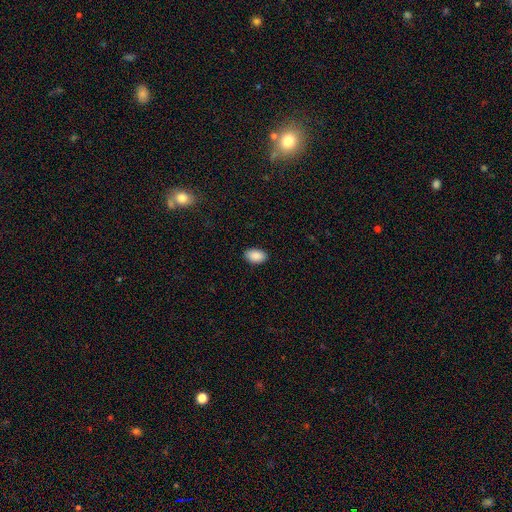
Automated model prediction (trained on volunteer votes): This is clearly a smooth galaxy (90%). How rounded: clearly in between (92%). Merging: clearly none (89%).